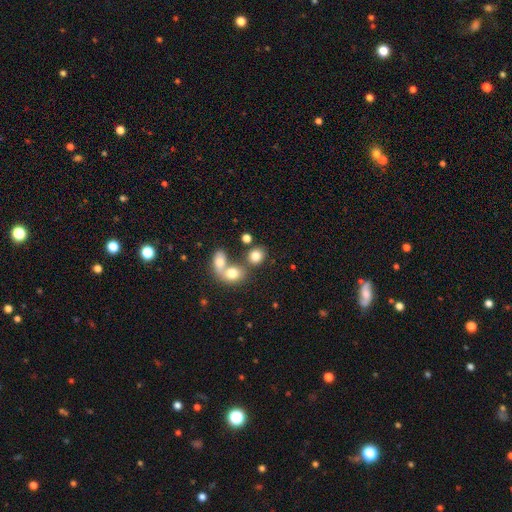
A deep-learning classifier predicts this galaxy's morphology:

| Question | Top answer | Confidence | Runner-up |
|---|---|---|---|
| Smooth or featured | smooth | 78% | star or artifact (11%) |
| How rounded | round | 64% | in between (35%) |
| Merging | none | 49% | merger (38%) |